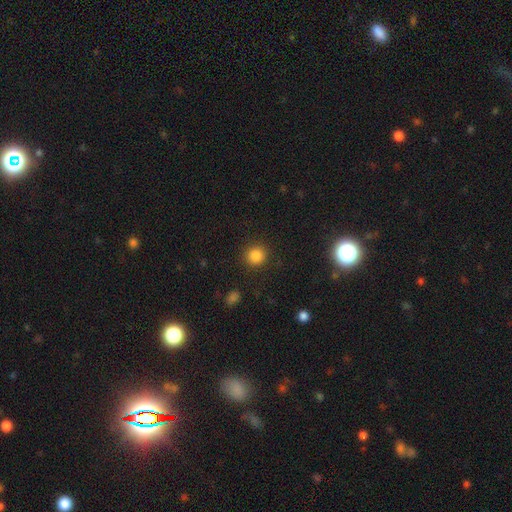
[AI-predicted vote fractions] Smooth or featured: smooth — 85% (star or artifact — 11%)
How rounded: round — 90% (in between — 9%)
Merging: none — 90% (minor disturbance — 6%)